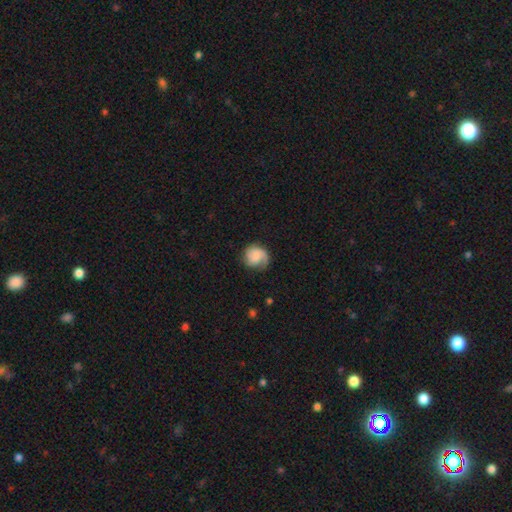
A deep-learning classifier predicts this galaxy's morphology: Smooth or featured? Predicted: featured or disk (p=0.47). Merging? Predicted: none (p=0.64).